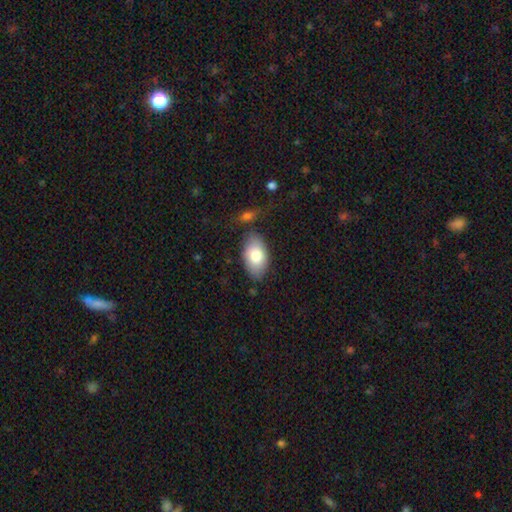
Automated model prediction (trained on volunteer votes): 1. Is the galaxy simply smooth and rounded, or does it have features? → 80% smooth, 14% featured or disk, 6% star or artifact.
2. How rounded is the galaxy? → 93% in between, 5% round, 2% cigar-shaped.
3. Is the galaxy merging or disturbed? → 76% none, 14% minor disturbance, 5% merger, 4% major disturbance.